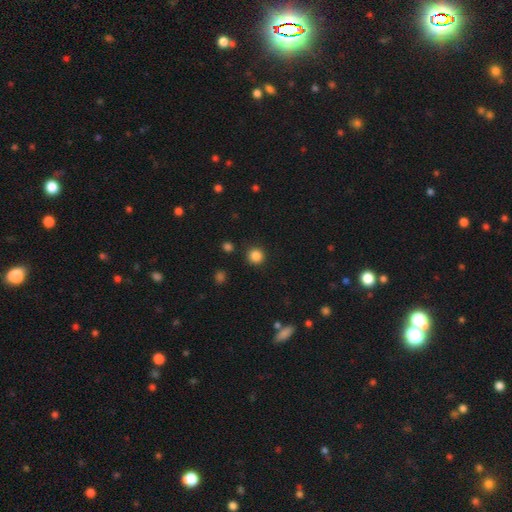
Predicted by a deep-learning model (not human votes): Q: Smooth or featured?
A: smooth (85%); runner-up: star or artifact (11%)
Q: How rounded?
A: round (94%); runner-up: in between (5%)
Q: Merging?
A: none (90%); runner-up: minor disturbance (6%)